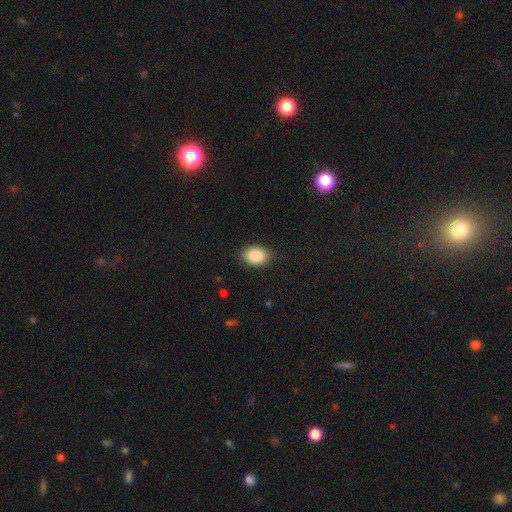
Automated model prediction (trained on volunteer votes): Morphology: type=smooth (87%); roundness=in between (77%); merging=none (87%).